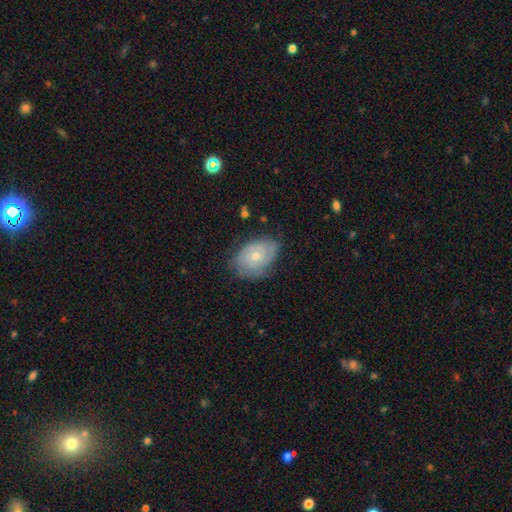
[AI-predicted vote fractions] Q: Smooth or featured?
A: featured or disk (51%); runner-up: smooth (42%)
Q: Edge-on disk?
A: no (95%); runner-up: yes (5%)
Q: Merging?
A: none (64%); runner-up: minor disturbance (28%)